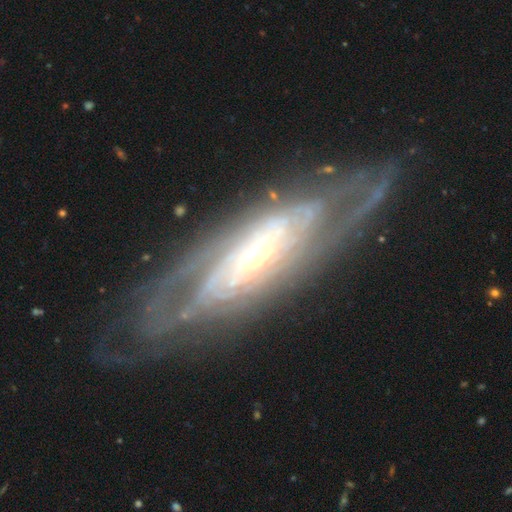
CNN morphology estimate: Smooth or featured: featured or disk — 86% (smooth — 8%)
Edge-on disk: no — 84% (yes — 16%)
Bar: no — 59% (weak — 25%)
Spiral arms: yes — 92% (no — 8%)
Spiral winding: tight — 66% (medium — 26%)
Spiral arm count: can't tell — 42% (2 — 28%)
Bulge size: small — 68% (moderate — 26%)
Merging: none — 75% (minor disturbance — 15%)